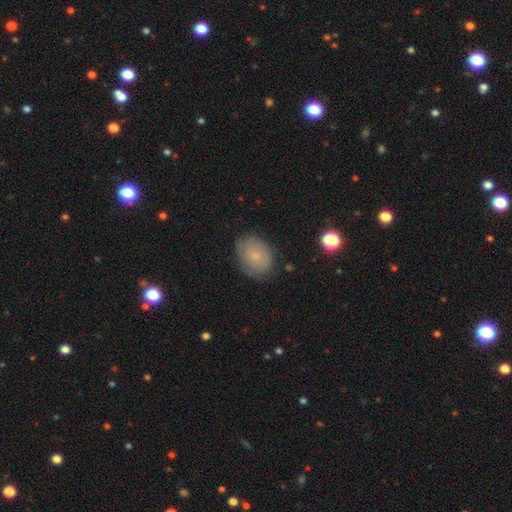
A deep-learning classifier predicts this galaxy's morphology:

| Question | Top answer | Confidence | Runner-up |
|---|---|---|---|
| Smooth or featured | smooth | 75% | featured or disk (16%) |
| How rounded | in between | 59% | round (40%) |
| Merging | none | 81% | minor disturbance (14%) |